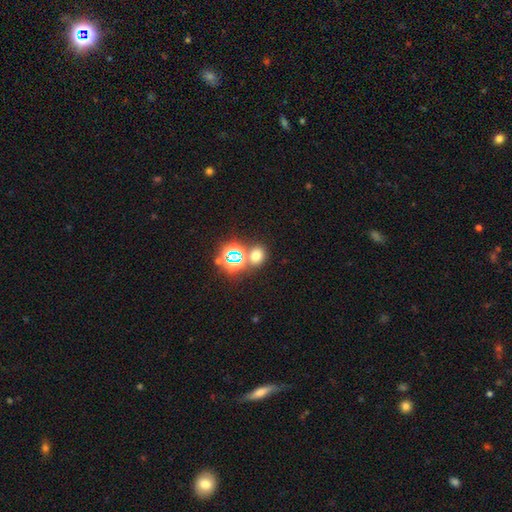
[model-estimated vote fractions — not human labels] Smooth or featured? Predicted: smooth (p=0.61). How rounded? Predicted: round (p=0.63). Merging? Predicted: none (p=0.72).